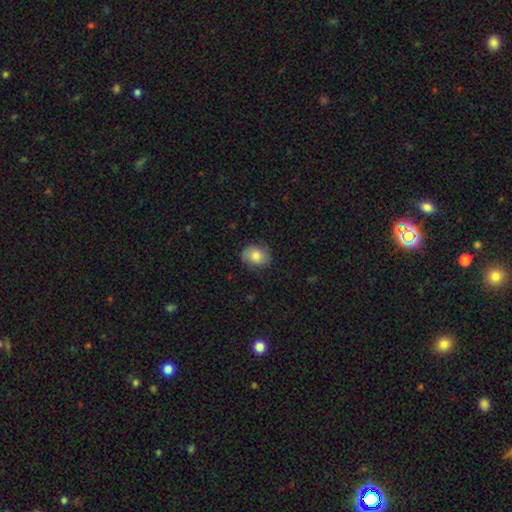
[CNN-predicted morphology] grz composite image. It shows a smooth galaxy with no disk features (73%) that is in between round and cigar-shaped (50%). Merging: none (78%).